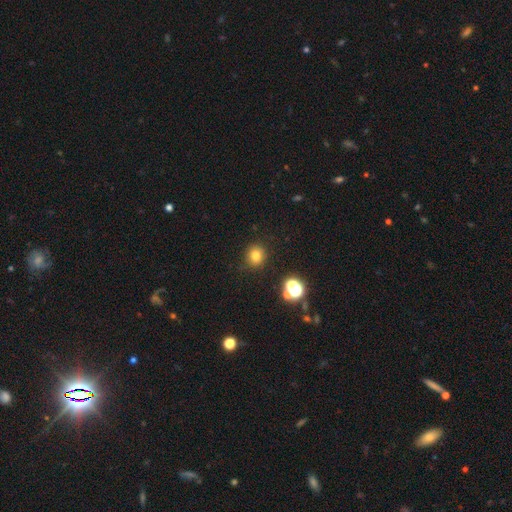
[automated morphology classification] The model was most divided on "smooth or featured": smooth: 77%, star or artifact: 17%, featured or disk: 7%. More confident: merging — none (87%); how rounded — round (85%).